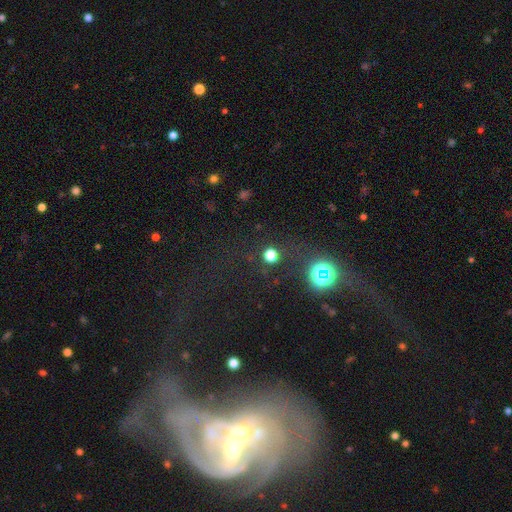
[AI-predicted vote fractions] Overall: featured or disk (64%). Edge-on disk: no (91%). Bar: no (48%; weak 31%). Spiral arms: yes (65%; no 35%). Bulge size: moderate (43%; small 41%). Merging: merger (49%; major disturbance 26%).